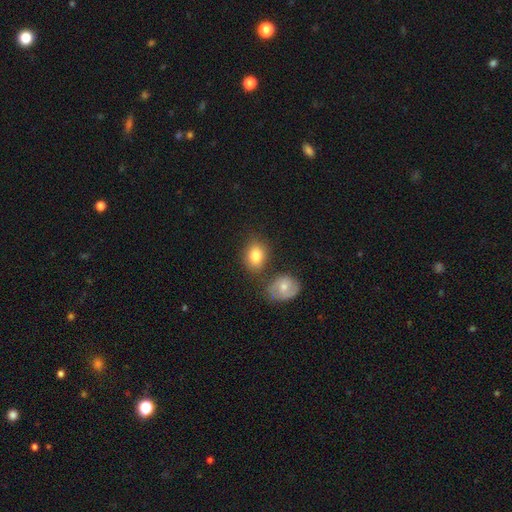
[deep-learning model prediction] Smooth or featured: smooth — 82% (featured or disk — 10%)
How rounded: in between — 61% (round — 38%)
Merging: none — 68% (minor disturbance — 15%)